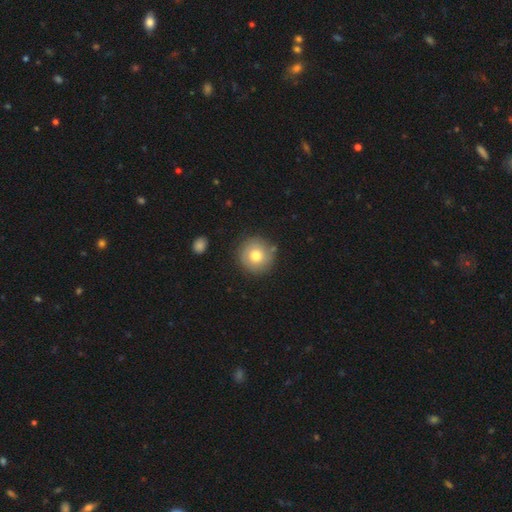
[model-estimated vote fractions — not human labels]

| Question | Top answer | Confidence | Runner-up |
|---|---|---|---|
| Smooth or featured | smooth | 73% | featured or disk (18%) |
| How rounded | round | 94% | in between (5%) |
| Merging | none | 83% | minor disturbance (11%) |